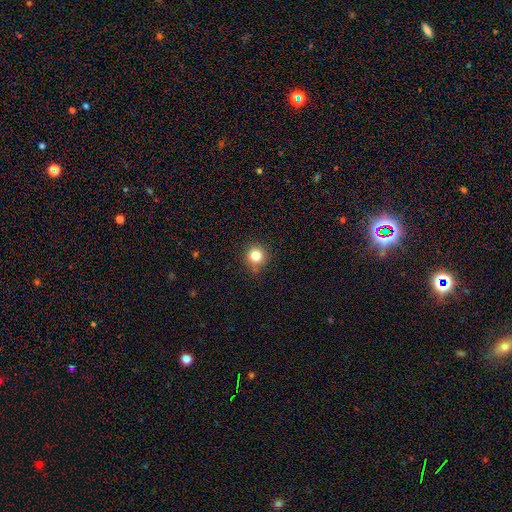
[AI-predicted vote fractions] The model was most divided on "merging": none: 81%, minor disturbance: 15%, major disturbance: 3%, merger: 1%. More confident: how rounded — round (91%); smooth or featured — smooth (82%).